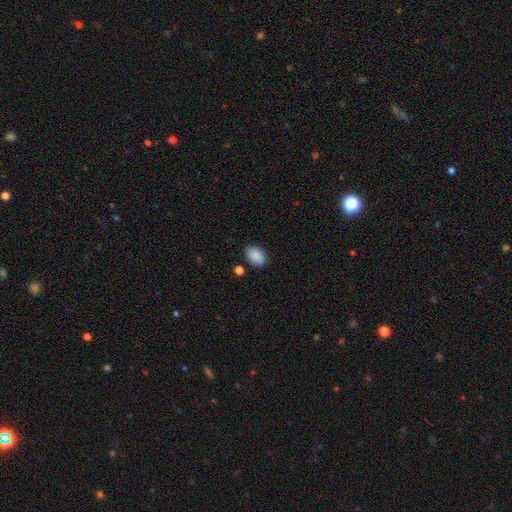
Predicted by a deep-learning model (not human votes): This appears to be a smooth galaxy with no disk features (89%) that is in between round and cigar-shaped (84%). Merging: none (82%).